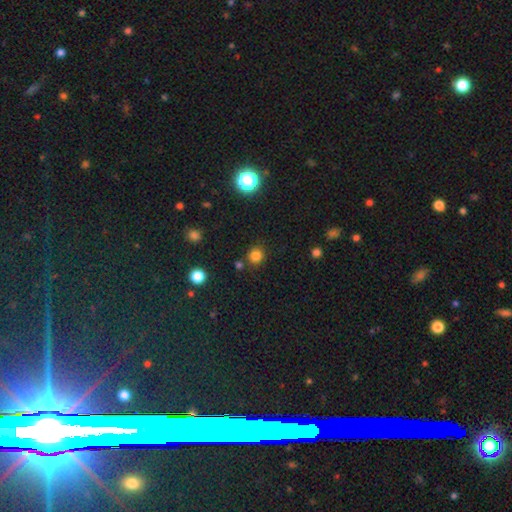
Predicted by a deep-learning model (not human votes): The model was most divided on "smooth or featured": smooth: 79%, star or artifact: 16%, featured or disk: 5%. More confident: how rounded — round (89%); merging — none (82%).